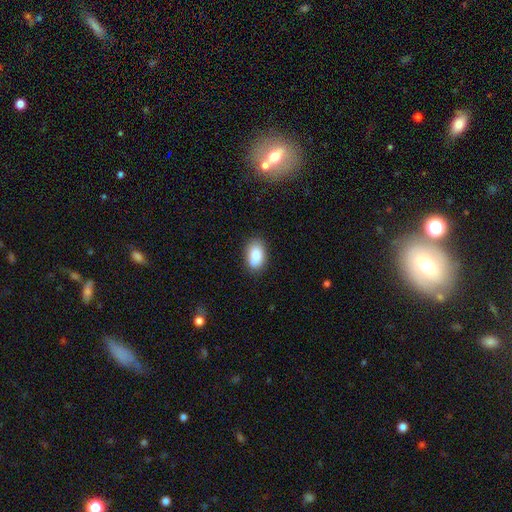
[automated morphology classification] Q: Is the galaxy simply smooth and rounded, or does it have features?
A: smooth — 85%.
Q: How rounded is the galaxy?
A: in between — 91%.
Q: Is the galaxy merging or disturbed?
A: none — 80%.